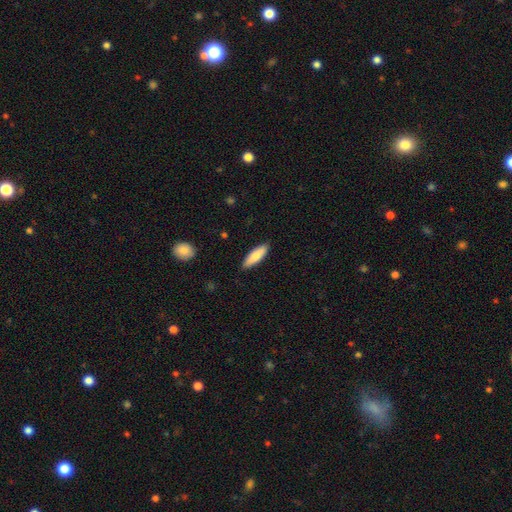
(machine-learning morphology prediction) smooth 79%, featured or disk 16%, star or artifact 5%. Down the decision tree: how rounded — cigar-shaped (52%); merging — none (88%).